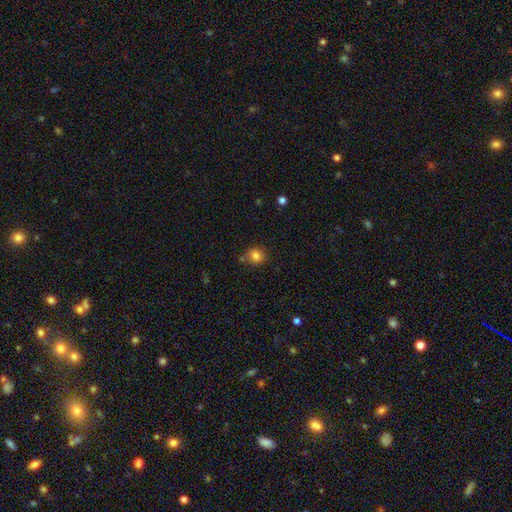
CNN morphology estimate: Smooth or featured? smooth (82%)
How rounded? round (80%)
Merging? none (77%)